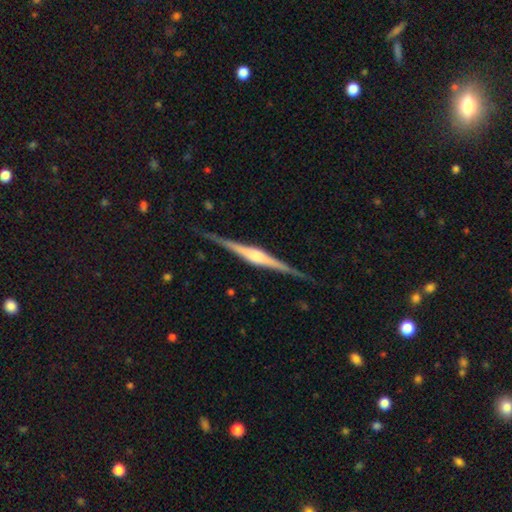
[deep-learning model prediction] Overall: featured or disk (84%). Edge-on disk: yes (98%). Edge-on bulge: rounded (77%). Merging: none (87%).